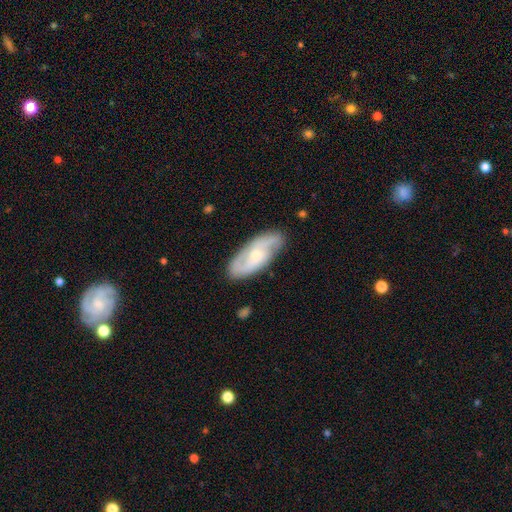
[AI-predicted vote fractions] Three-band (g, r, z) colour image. It shows a featured or disk galaxy (72%) with no bar (57%), 2 (76%) medium (46%) spiral arms (91%) and a small central bulge (51%). Merging: none (80%).